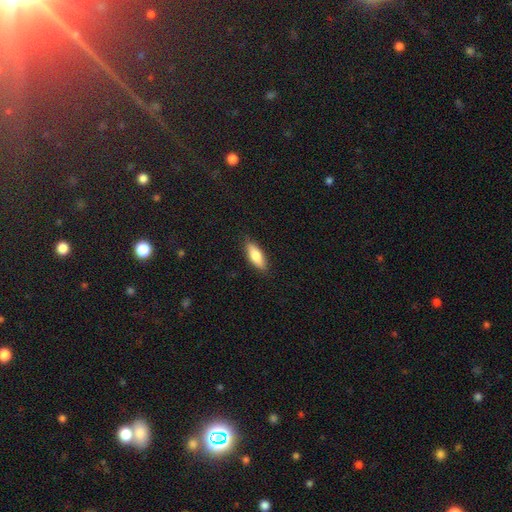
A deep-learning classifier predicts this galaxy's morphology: A smooth galaxy with no disk features (79%) that is in between round and cigar-shaped (64%). Merging: none (88%).